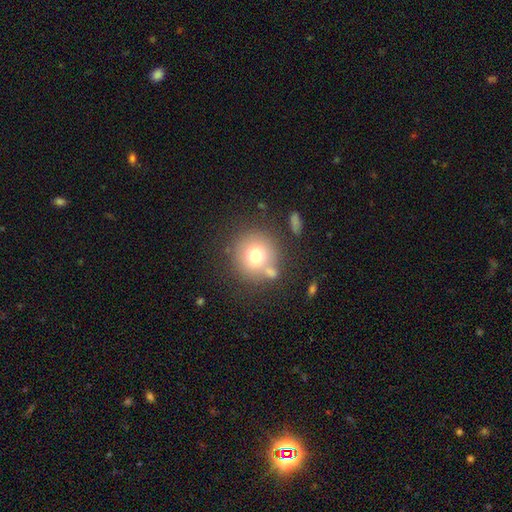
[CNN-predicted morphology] The model was most divided on "smooth or featured": smooth: 72%, featured or disk: 16%, star or artifact: 13%. More confident: how rounded — round (93%); merging — none (72%).